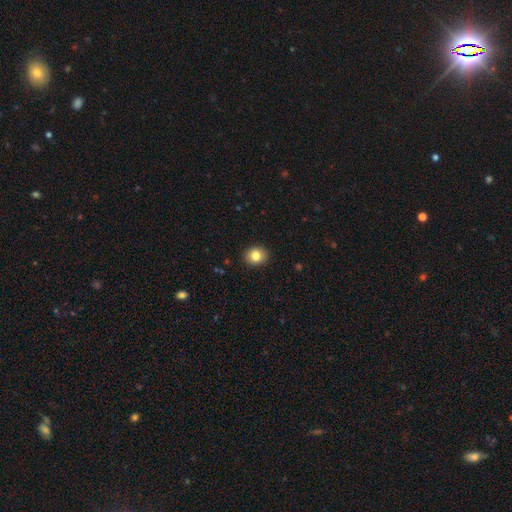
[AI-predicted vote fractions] This is clearly a smooth galaxy (83%). How rounded: likely round (69%). Merging: clearly none (91%).